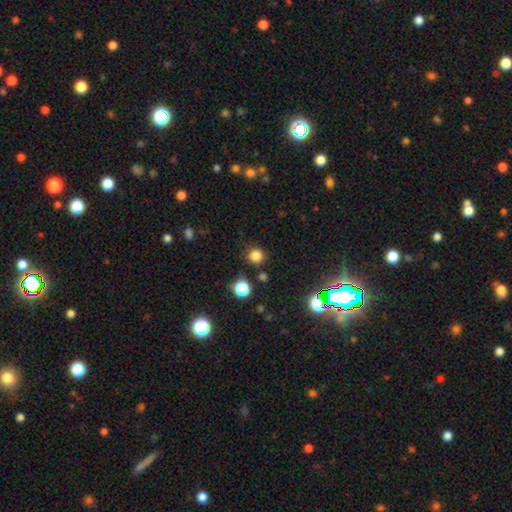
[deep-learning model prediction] A smooth galaxy with no disk features (80%) that is round (93%).

Vote fractions:
- Smooth or featured? smooth: 80% / star or artifact: 16% / featured or disk: 4%
- How rounded? round: 93% / in between: 6% / cigar-shaped: 1%
- Merging? none: 85% / minor disturbance: 8% / merger: 3% / major disturbance: 3%